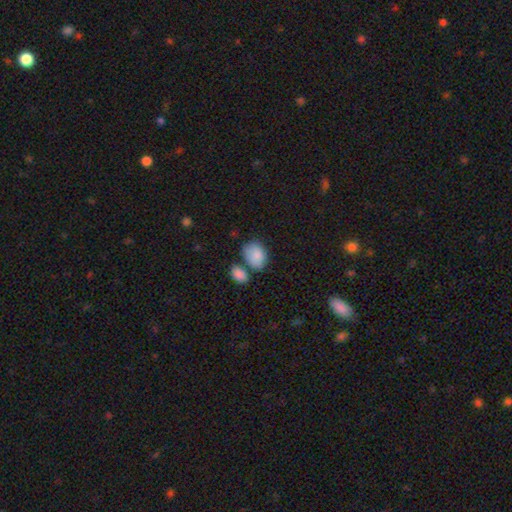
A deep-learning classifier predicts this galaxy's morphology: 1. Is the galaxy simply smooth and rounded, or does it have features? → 86% smooth, 7% featured or disk, 7% star or artifact.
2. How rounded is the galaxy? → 81% in between, 18% round, 1% cigar-shaped.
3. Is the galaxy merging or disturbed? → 51% none, 21% minor disturbance, 21% merger, 7% major disturbance.